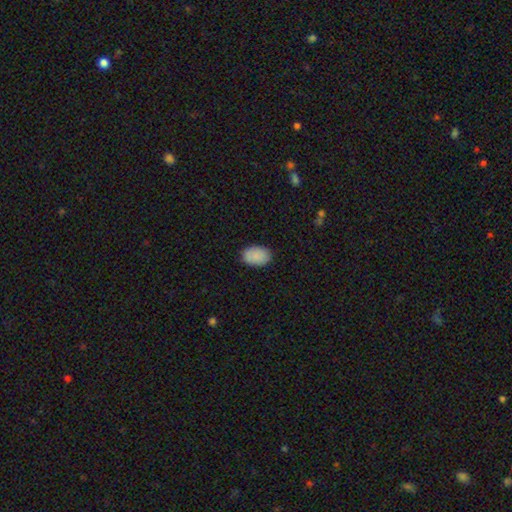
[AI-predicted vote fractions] Smooth or featured? smooth (88%)
How rounded? in between (87%)
Merging? none (87%)